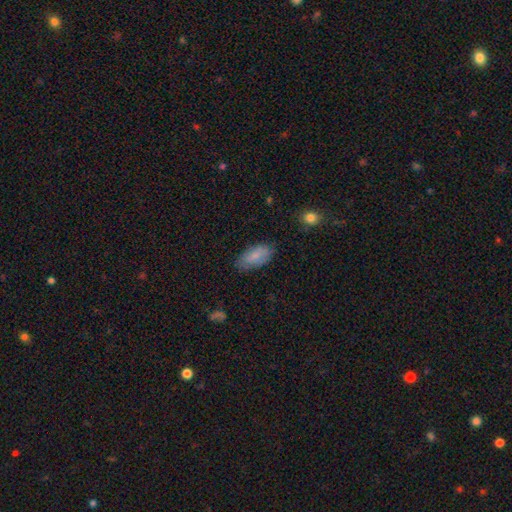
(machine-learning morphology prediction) Smooth or featured? Predicted: smooth (p=0.81). How rounded? Predicted: in between (p=0.90). Merging? Predicted: none (p=0.77).